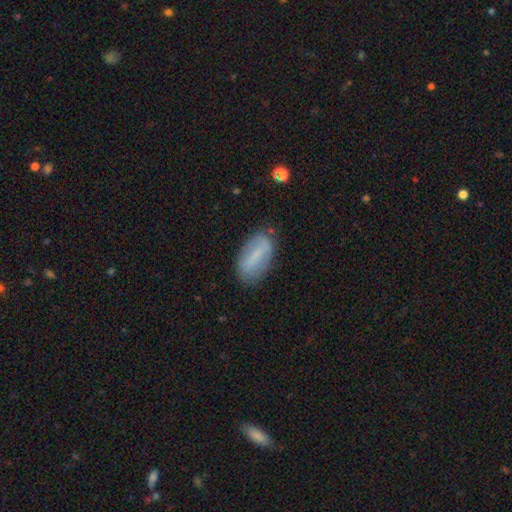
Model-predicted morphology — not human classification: smooth-or-featured: smooth: 60% | featured or disk: 33% | star or artifact: 8%
  how-rounded: in between: 88% | cigar-shaped: 8% | round: 4%
  merging: none: 78% | minor disturbance: 16% | major disturbance: 5% | merger: 2%